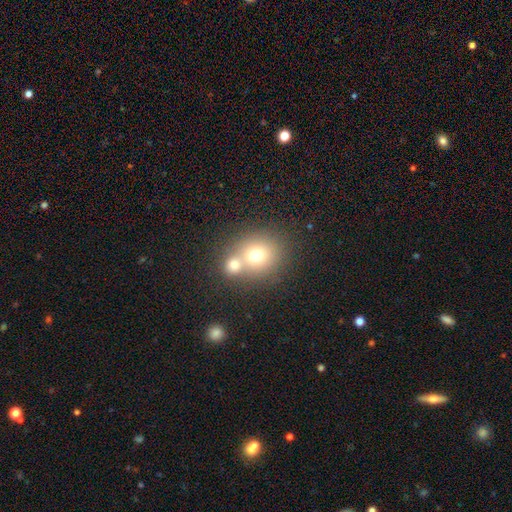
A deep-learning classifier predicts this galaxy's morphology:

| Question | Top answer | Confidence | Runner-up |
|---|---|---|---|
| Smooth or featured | smooth | 70% | featured or disk (16%) |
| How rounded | round | 78% | in between (21%) |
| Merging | merger | 50% | none (40%) |